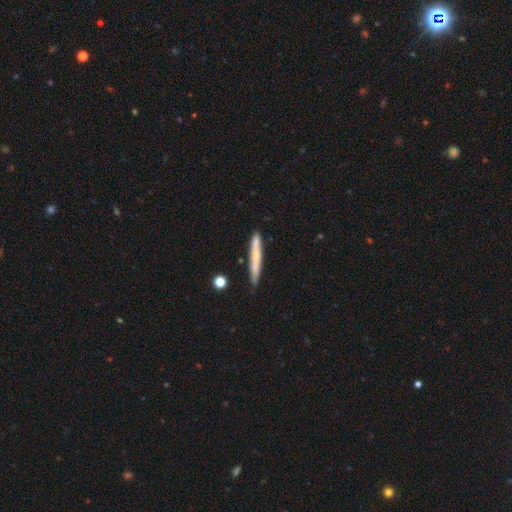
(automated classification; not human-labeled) smooth-or-featured: smooth: 58% | featured or disk: 36% | star or artifact: 6%
  how-rounded: cigar-shaped: 96% | in between: 2% | round: 1%
  merging: none: 81% | minor disturbance: 14% | merger: 3% | major disturbance: 2%